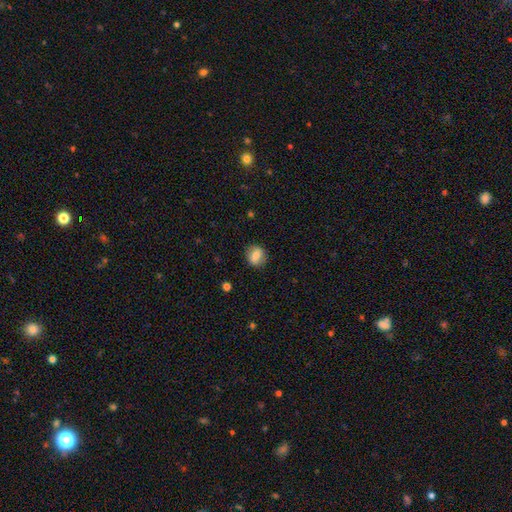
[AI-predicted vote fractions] A smooth galaxy with no disk features (78%) that is round (67%). Merging: none (87%).